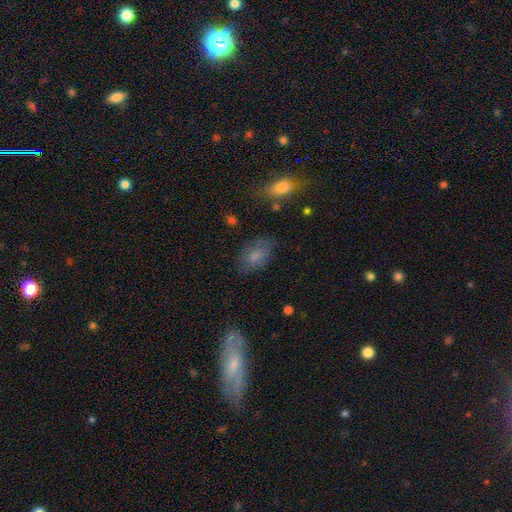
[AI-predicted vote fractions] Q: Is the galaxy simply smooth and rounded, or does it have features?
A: smooth — 74%.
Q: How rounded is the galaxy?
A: in between — 89%.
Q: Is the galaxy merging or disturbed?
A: none — 68%.